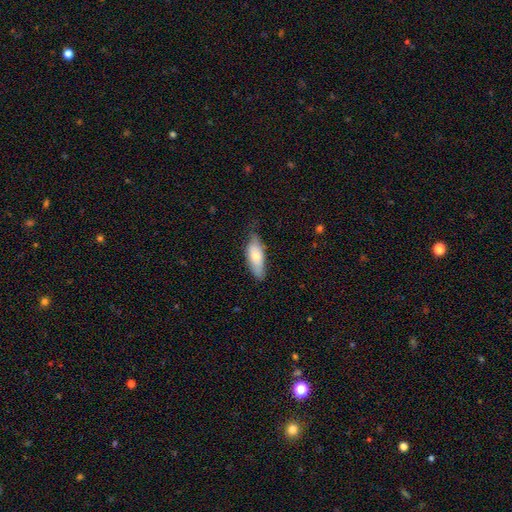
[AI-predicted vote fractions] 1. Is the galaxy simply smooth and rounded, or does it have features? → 71% smooth, 23% featured or disk, 6% star or artifact.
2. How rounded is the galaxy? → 72% in between, 26% cigar-shaped, 2% round.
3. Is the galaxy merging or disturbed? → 66% none, 28% minor disturbance, 5% major disturbance, 1% merger.